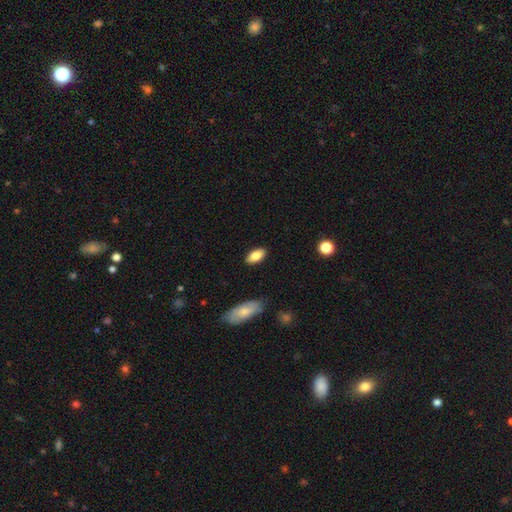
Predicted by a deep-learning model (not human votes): smooth-or-featured: smooth: 83% | featured or disk: 10% | star or artifact: 7%
  how-rounded: in between: 91% | cigar-shaped: 6% | round: 3%
  merging: none: 88% | minor disturbance: 8% | major disturbance: 2% | merger: 1%